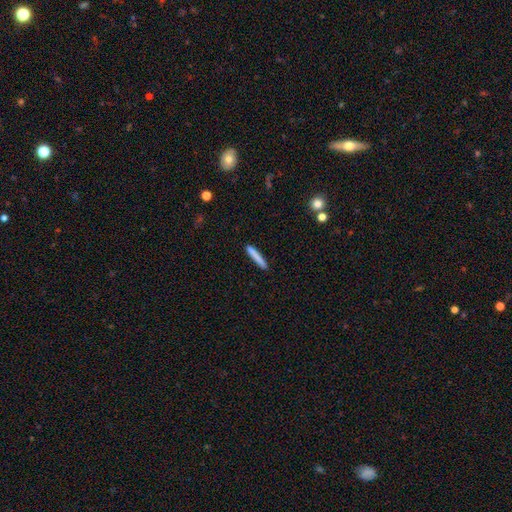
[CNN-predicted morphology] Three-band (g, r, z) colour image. It shows a smooth galaxy with no disk features (80%) that is cigar-shaped (95%). Merging: none (89%).